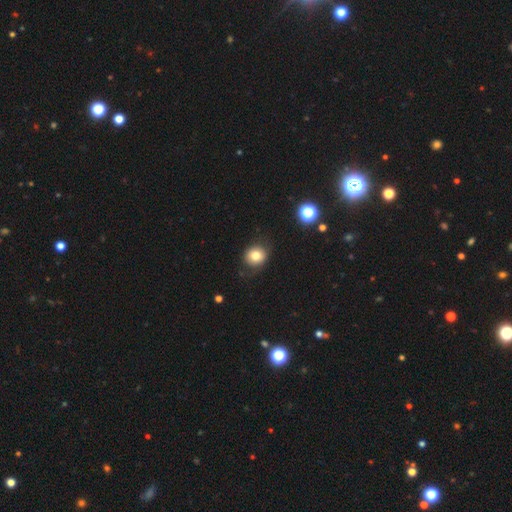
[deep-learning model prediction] smooth_or_featured: smooth (p=0.79) [alt: star or artifact p=0.11]
how_rounded: round (p=0.75) [alt: in between p=0.24]
merging: none (p=0.79) [alt: minor disturbance p=0.15]